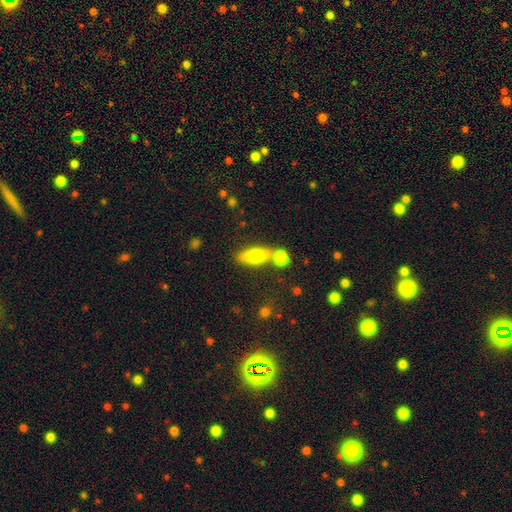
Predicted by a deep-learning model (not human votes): Smooth or featured? smooth (65%)
How rounded? in between (59%)
Merging? none (57%)